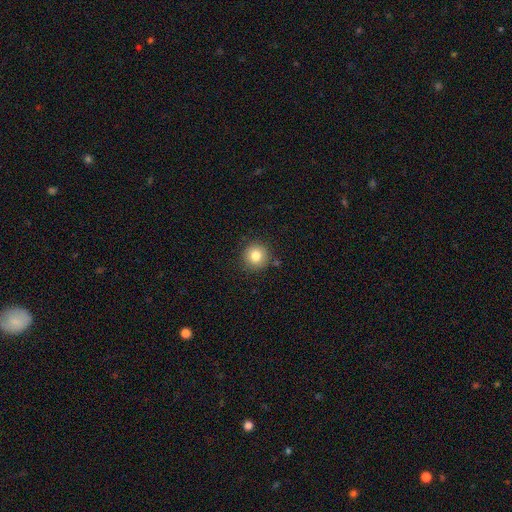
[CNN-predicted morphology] Smooth or featured: smooth — 82% (star or artifact — 11%)
How rounded: round — 94% (in between — 5%)
Merging: none — 87% (minor disturbance — 8%)